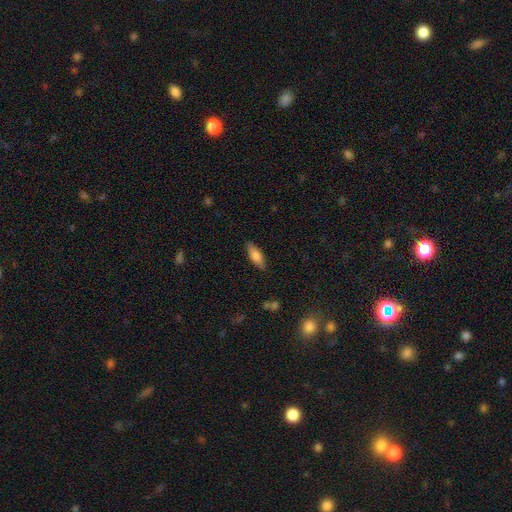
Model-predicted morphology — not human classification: This is likely a smooth galaxy (75%). How rounded: likely in between (61%). Merging: clearly none (86%).